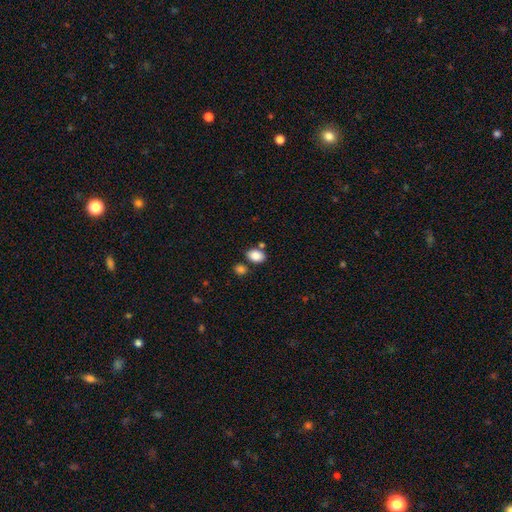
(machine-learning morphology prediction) smooth 87%, star or artifact 8%, featured or disk 5%. Down the decision tree: how rounded — in between (80%); merging — none (70%).